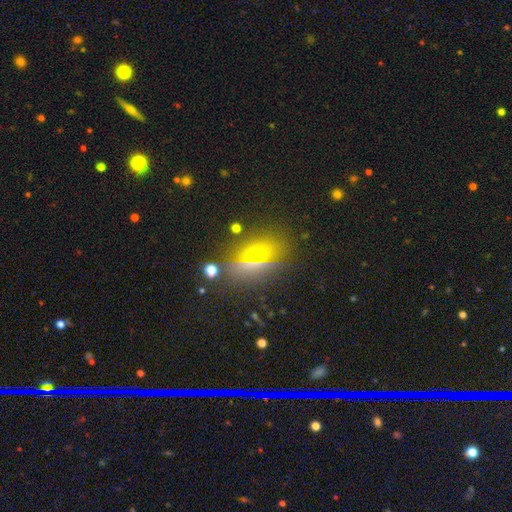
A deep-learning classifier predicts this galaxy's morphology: This is possibly a smooth galaxy (52%). How rounded: likely in between (60%). Merging: likely none (80%).